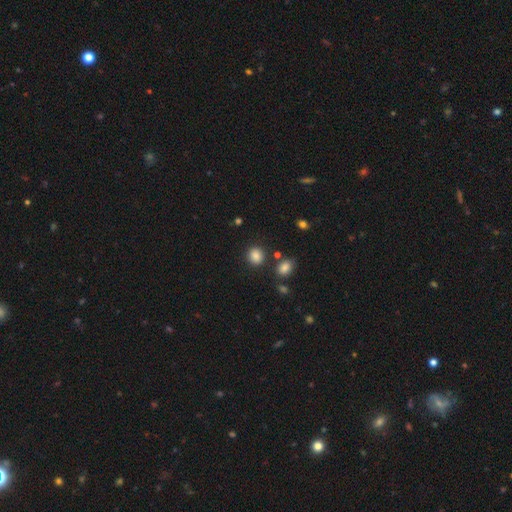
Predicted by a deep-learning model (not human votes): Smooth or featured? Predicted: smooth (p=0.86). How rounded? Predicted: round (p=0.79). Merging? Predicted: none (p=0.84).